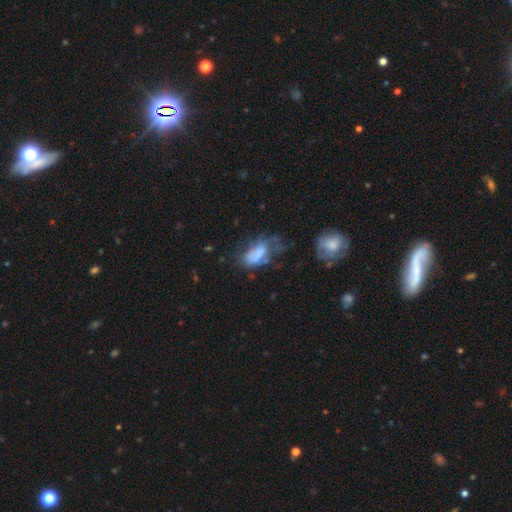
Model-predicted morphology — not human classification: A smooth galaxy with no disk features (55%) that is in between round and cigar-shaped (89%).

Vote fractions:
- Smooth or featured? smooth: 55% / featured or disk: 34% / star or artifact: 11%
- How rounded? in between: 89% / round: 7% / cigar-shaped: 5%
- Merging? major disturbance: 42% / minor disturbance: 25% / none: 24% / merger: 8%